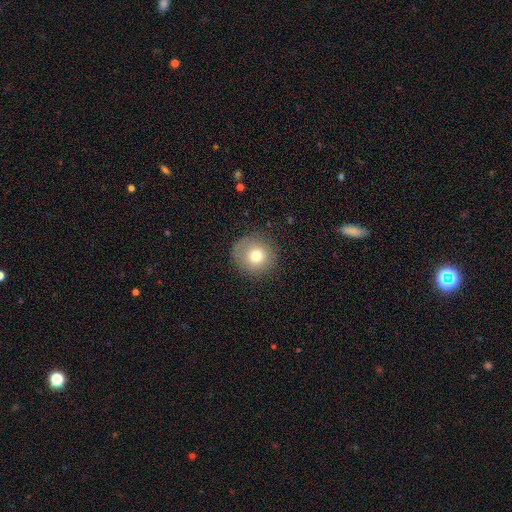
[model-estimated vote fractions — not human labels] smooth 75%, featured or disk 13%, star or artifact 11%. Down the decision tree: how rounded — round (93%); merging — none (85%).